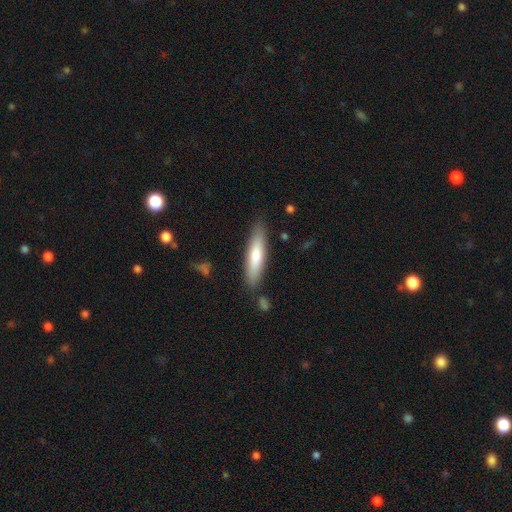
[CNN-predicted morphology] smooth_or_featured: smooth (p=0.68) [alt: featured or disk p=0.27]
how_rounded: cigar-shaped (p=0.78) [alt: in between p=0.20]
merging: none (p=0.85) [alt: minor disturbance p=0.11]